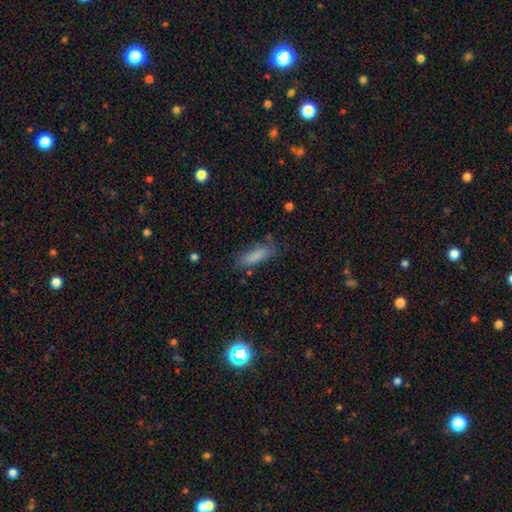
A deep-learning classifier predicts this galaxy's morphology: smooth 84%, star or artifact 9%, featured or disk 8%. Down the decision tree: how rounded — in between (61%); merging — none (69%).